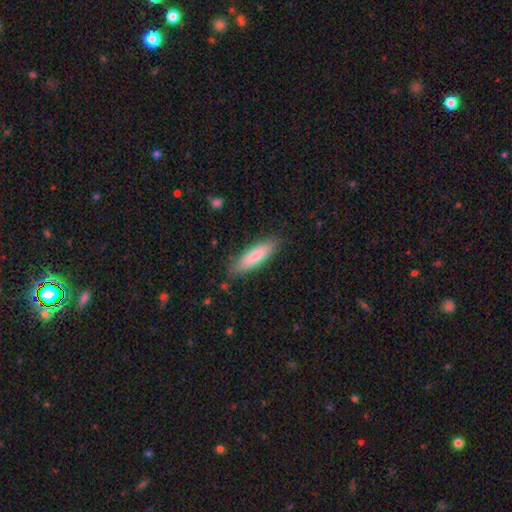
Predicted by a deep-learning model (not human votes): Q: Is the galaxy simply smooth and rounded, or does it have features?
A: smooth — 81%.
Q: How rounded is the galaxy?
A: cigar-shaped — 58%.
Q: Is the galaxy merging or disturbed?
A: none — 84%.